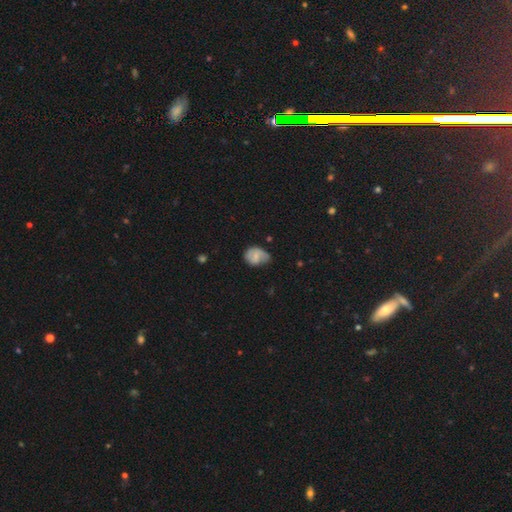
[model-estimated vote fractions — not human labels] smooth-or-featured: smooth: 55% | featured or disk: 36% | star or artifact: 8%
  how-rounded: in between: 61% | round: 37% | cigar-shaped: 1%
  merging: none: 45% | minor disturbance: 37% | major disturbance: 15% | merger: 3%